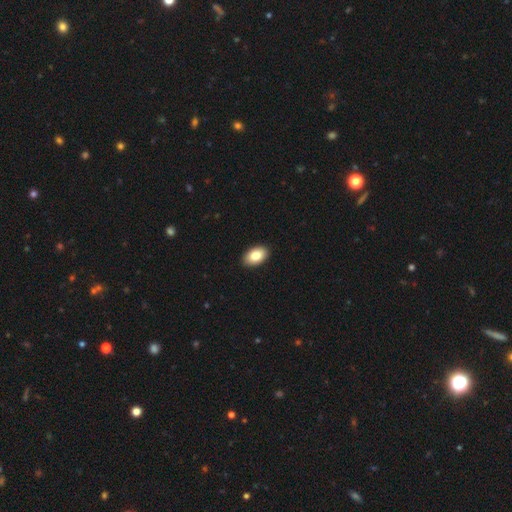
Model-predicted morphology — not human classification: smooth 84%, featured or disk 9%, star or artifact 7%. Down the decision tree: how rounded — in between (92%); merging — none (91%).